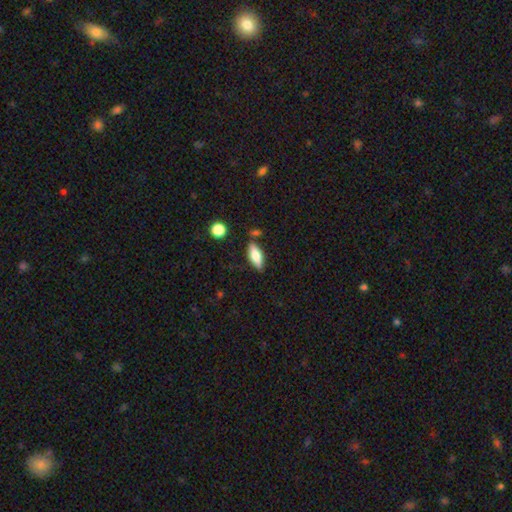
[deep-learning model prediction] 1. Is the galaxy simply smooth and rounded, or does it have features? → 71% smooth, 22% featured or disk, 7% star or artifact.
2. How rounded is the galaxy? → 71% in between, 26% cigar-shaped, 3% round.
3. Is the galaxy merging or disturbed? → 78% none, 13% minor disturbance, 6% merger, 3% major disturbance.